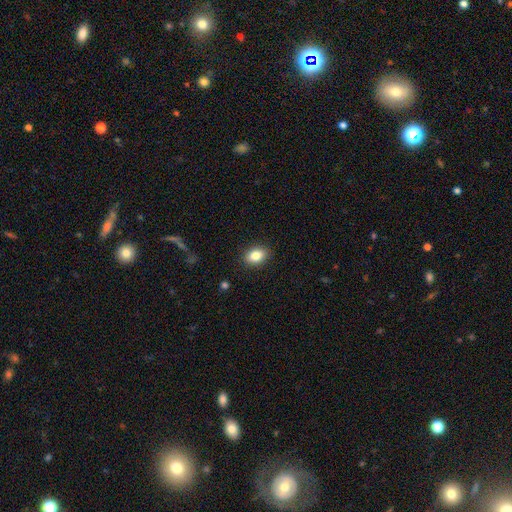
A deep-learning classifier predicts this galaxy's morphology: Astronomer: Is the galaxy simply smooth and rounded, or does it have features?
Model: smooth — 84%.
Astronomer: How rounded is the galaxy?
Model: in between — 77%.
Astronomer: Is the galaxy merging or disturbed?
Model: none — 88%.